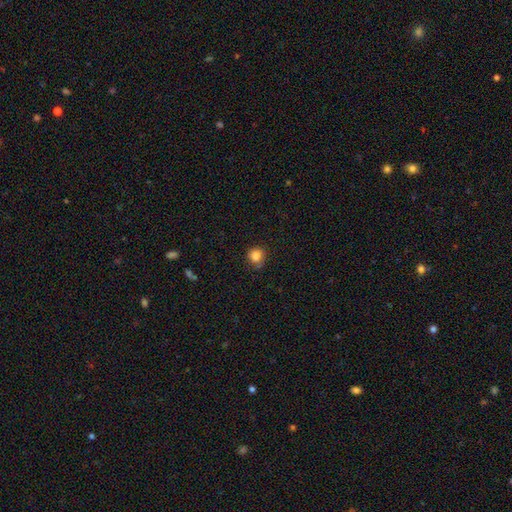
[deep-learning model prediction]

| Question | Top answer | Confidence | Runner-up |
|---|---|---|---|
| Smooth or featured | smooth | 84% | star or artifact (11%) |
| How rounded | round | 86% | in between (13%) |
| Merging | none | 70% | minor disturbance (22%) |